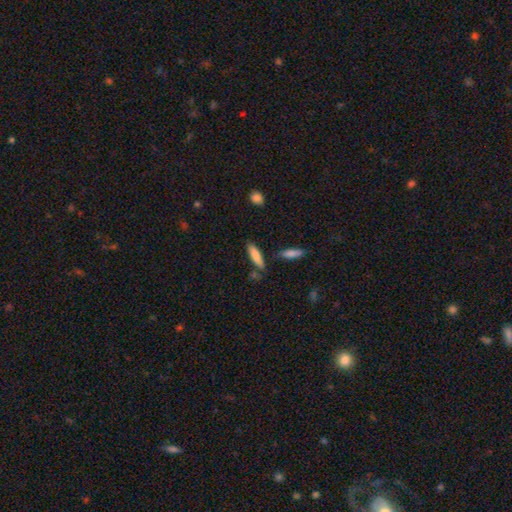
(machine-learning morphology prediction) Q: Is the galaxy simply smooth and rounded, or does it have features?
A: smooth — 82%.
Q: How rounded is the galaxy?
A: cigar-shaped — 68%.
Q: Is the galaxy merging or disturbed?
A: none — 75%.